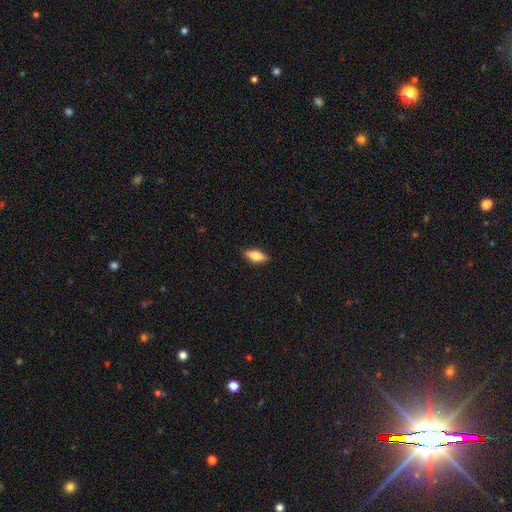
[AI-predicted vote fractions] Morphology: type=smooth (65%); roundness=in between (73%); merging=none (86%).